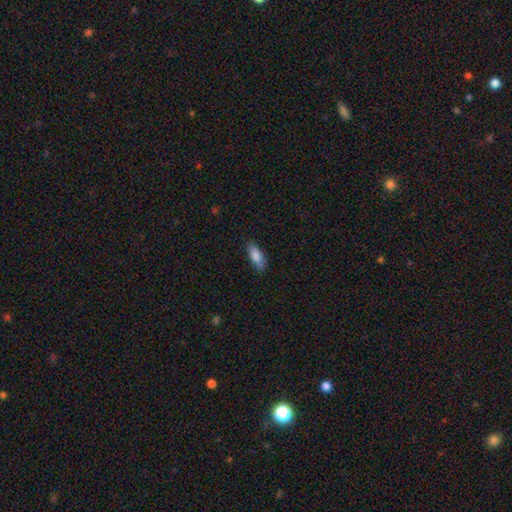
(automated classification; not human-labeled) Morphology: type=smooth (83%); roundness=in between (76%); merging=none (76%).